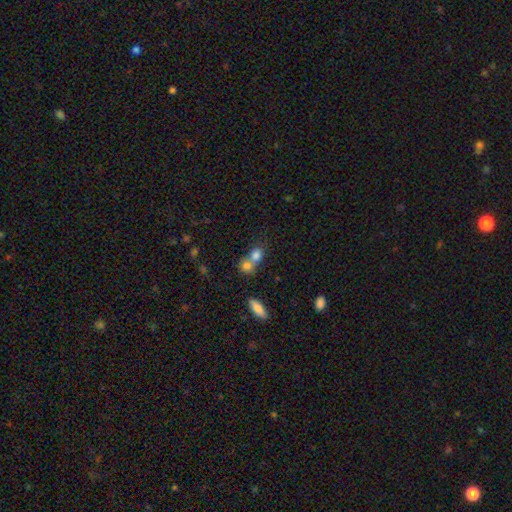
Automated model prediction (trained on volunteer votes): smooth-or-featured: smooth: 78% | star or artifact: 11% | featured or disk: 11%
  how-rounded: round: 64% | in between: 34% | cigar-shaped: 2%
  merging: merger: 57% | none: 34% | minor disturbance: 6% | major disturbance: 3%